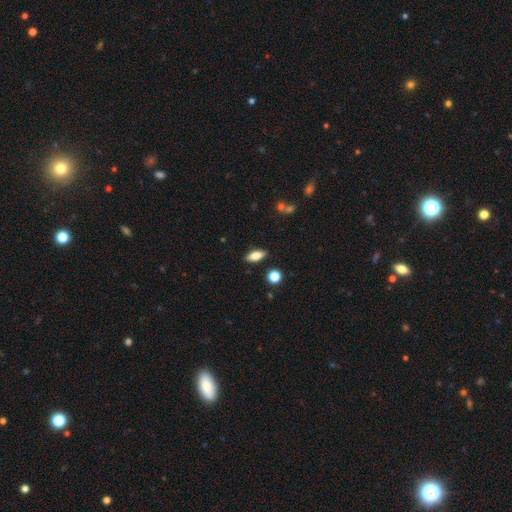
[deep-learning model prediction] Smooth or featured? smooth (78%)
How rounded? in between (79%)
Merging? none (87%)